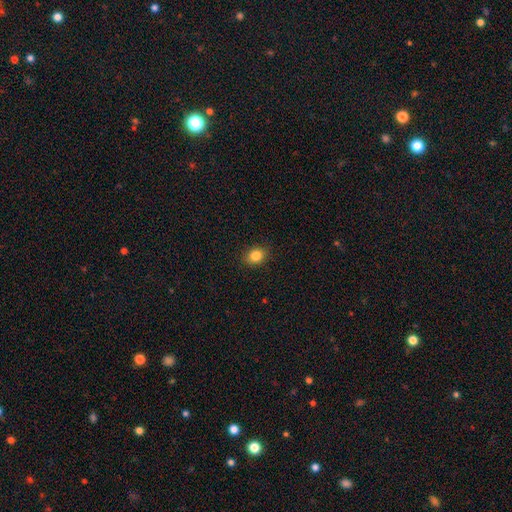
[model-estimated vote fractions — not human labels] Morphology: type=smooth (85%); roundness=round (51%); merging=none (89%).